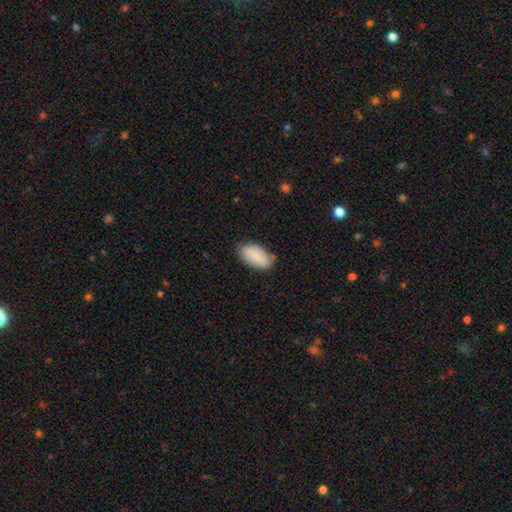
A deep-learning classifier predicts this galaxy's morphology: A smooth galaxy with no disk features (77%) that is in between round and cigar-shaped (95%). Merging: none (72%).